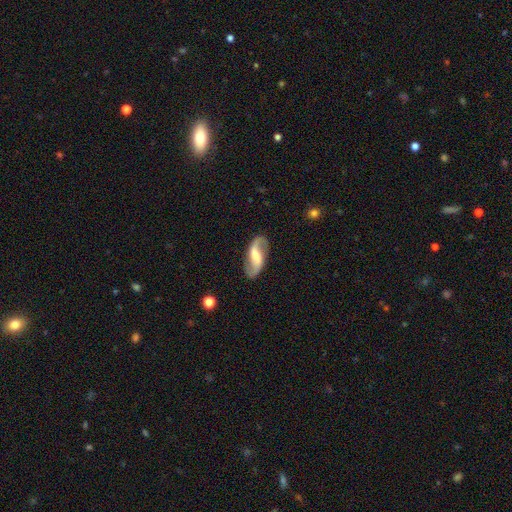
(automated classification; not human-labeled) This appears to be a featured or disk galaxy (82%) with a weak bar (46%), 2 (93%) loose (64%) spiral arms (95%) and a moderate central bulge (43%). Merging: none (84%).